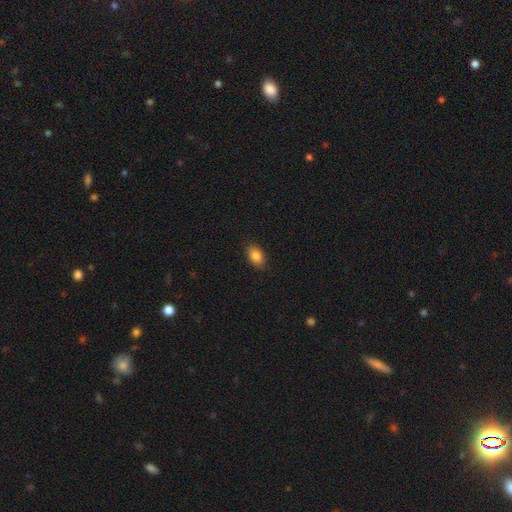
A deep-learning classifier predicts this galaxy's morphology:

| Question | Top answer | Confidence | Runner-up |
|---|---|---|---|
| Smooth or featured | smooth | 86% | star or artifact (8%) |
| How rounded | in between | 89% | round (9%) |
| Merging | none | 87% | minor disturbance (10%) |